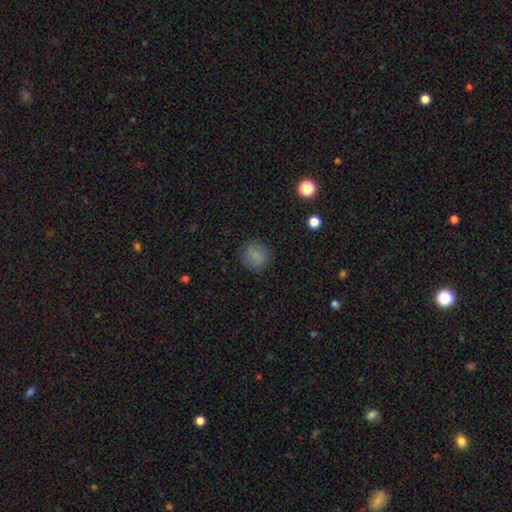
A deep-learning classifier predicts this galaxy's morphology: smooth_or_featured: smooth (p=0.81) [alt: star or artifact p=0.12]
how_rounded: round (p=0.81) [alt: in between p=0.18]
merging: none (p=0.84) [alt: minor disturbance p=0.11]